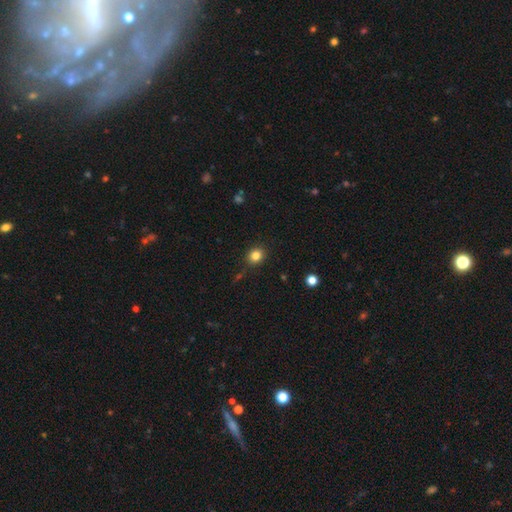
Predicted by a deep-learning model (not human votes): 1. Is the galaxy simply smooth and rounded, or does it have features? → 83% smooth, 12% star or artifact, 5% featured or disk.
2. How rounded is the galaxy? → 75% round, 24% in between, 1% cigar-shaped.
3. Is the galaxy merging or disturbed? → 86% none, 9% minor disturbance, 3% major disturbance, 2% merger.